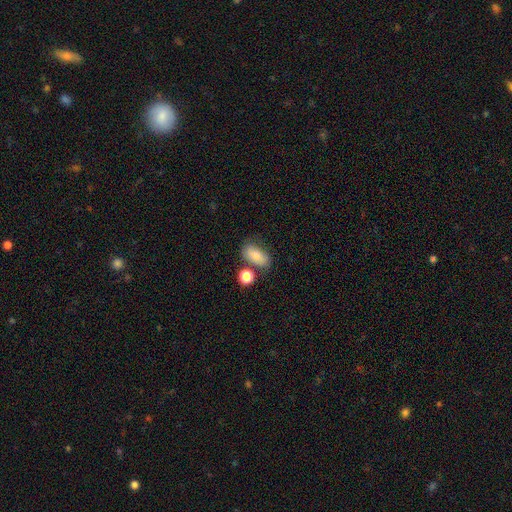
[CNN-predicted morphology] type=smooth (78%); roundness=in between (87%); merging=none (63%).